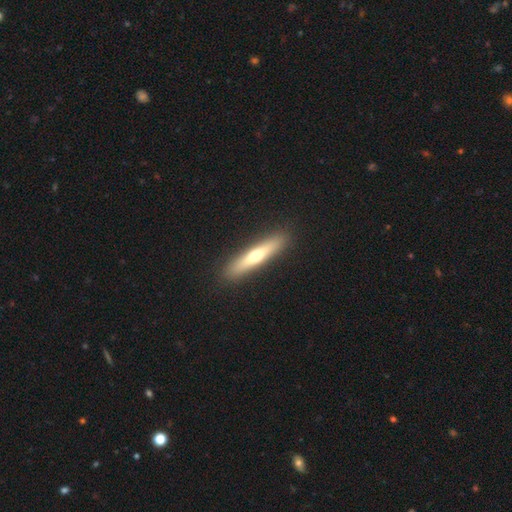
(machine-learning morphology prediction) This appears to be a smooth galaxy with no disk features (51%) that is cigar-shaped (89%). Merging: none (91%).